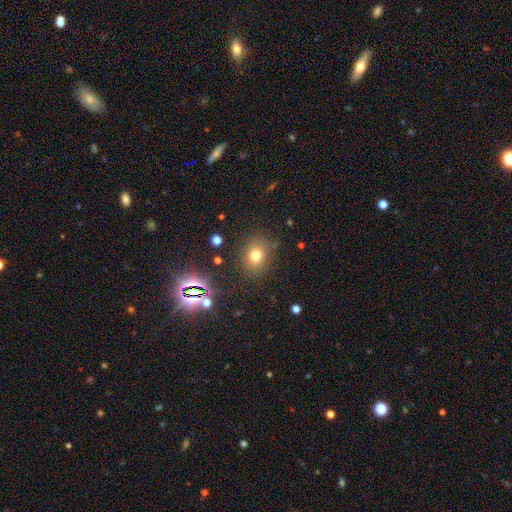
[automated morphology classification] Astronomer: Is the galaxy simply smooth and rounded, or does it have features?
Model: smooth — 70%.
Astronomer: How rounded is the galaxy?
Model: round — 59% (runner-up: in between, 39%).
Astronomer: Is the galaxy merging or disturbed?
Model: none — 79%.